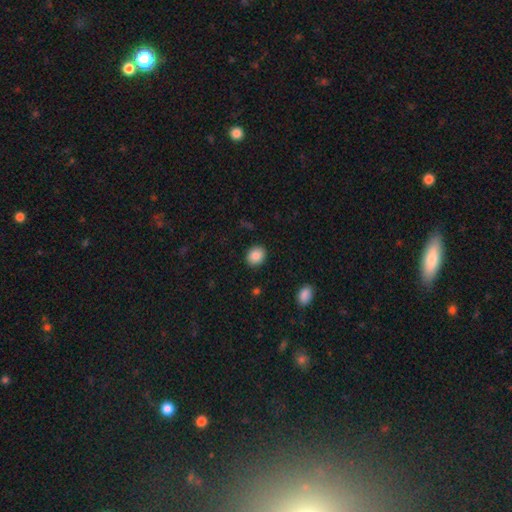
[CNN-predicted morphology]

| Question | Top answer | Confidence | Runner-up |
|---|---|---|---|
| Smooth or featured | smooth | 88% | star or artifact (8%) |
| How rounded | round | 63% | in between (36%) |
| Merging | none | 90% | minor disturbance (7%) |